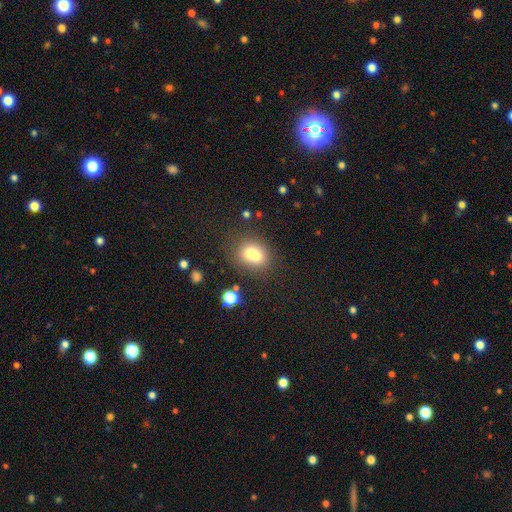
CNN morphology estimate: smooth 70%, featured or disk 17%, star or artifact 12%. Down the decision tree: how rounded — in between (49%, tied with round); merging — none (41%, tied with merger).